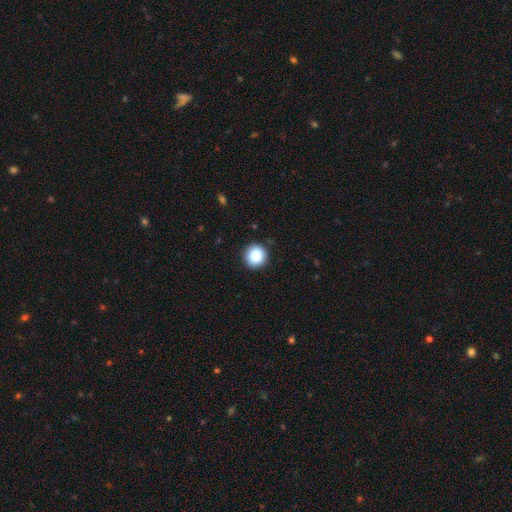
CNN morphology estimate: Smooth or featured: smooth — 87% (star or artifact — 9%)
How rounded: round — 94% (in between — 5%)
Merging: none — 92% (minor disturbance — 6%)